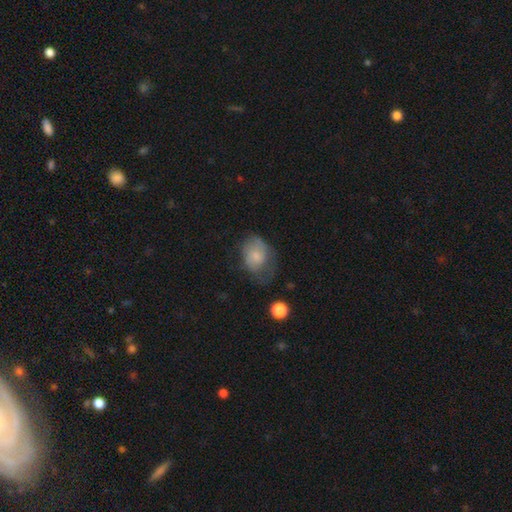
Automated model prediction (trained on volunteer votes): Overall: smooth (69%). How rounded: in between (66%; round 33%). Merging: none (39%; minor disturbance 32%).